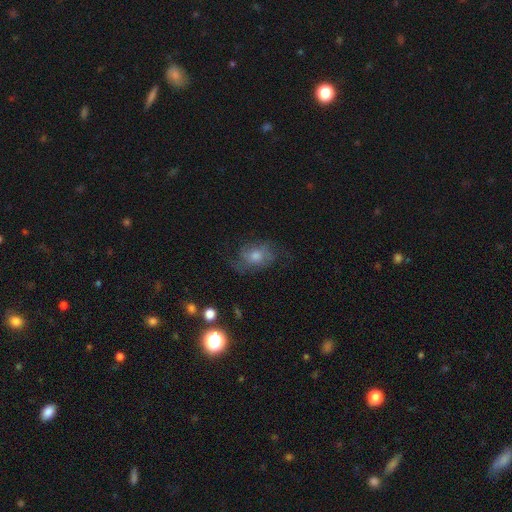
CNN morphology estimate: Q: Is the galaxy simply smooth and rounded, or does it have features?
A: featured or disk — 56%.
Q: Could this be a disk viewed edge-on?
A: no — 95%.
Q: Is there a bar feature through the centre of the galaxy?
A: no — 76%.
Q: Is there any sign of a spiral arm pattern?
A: yes — 81%.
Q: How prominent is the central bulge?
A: moderate — 58%.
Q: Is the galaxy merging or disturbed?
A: none — 62%.